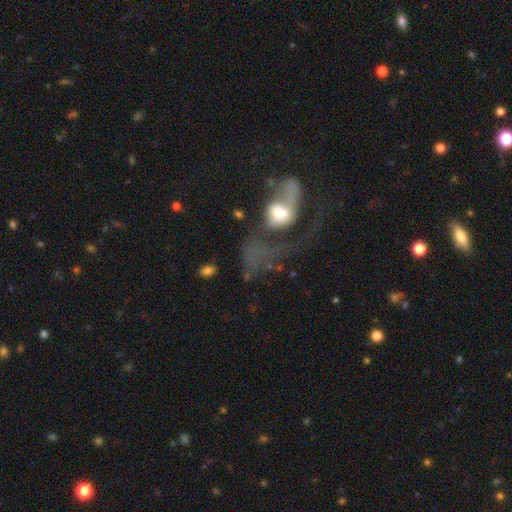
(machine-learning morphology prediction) featured or disk 49%, smooth 38%, star or artifact 13%. Down the decision tree: merging — major disturbance (57%).